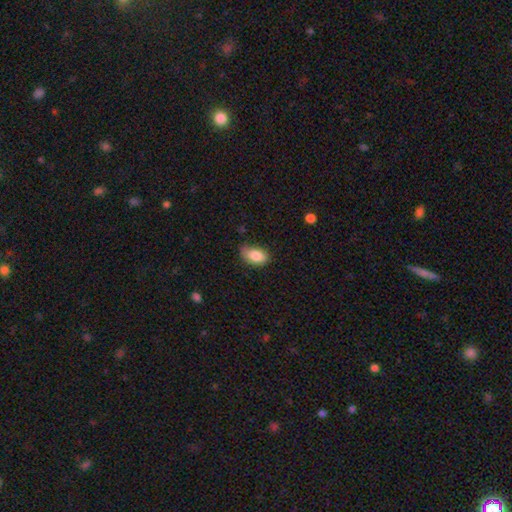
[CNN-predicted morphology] Smooth or featured?
  - smooth: 86% *
  - star or artifact: 8%
  - featured or disk: 7%
How rounded?
  - in between: 90% *
  - round: 8%
  - cigar-shaped: 2%
Merging?
  - none: 58% *
  - minor disturbance: 34%
  - major disturbance: 6%
  - merger: 2%